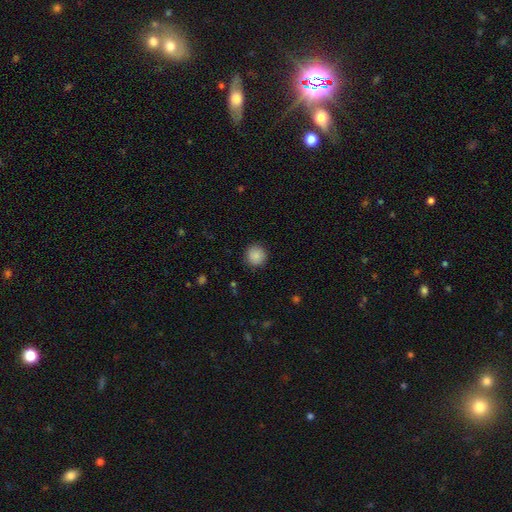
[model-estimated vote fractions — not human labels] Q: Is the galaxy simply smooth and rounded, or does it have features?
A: smooth — 88%.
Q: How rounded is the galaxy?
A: round — 94%.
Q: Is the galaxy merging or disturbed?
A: none — 90%.